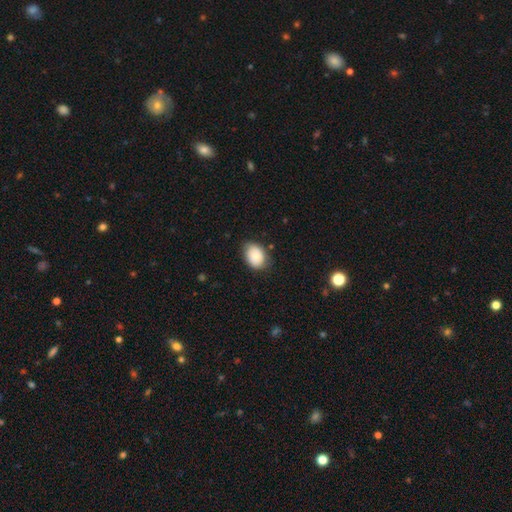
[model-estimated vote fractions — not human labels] This is clearly a smooth galaxy (82%). How rounded: likely in between (76%). Merging: likely none (77%).